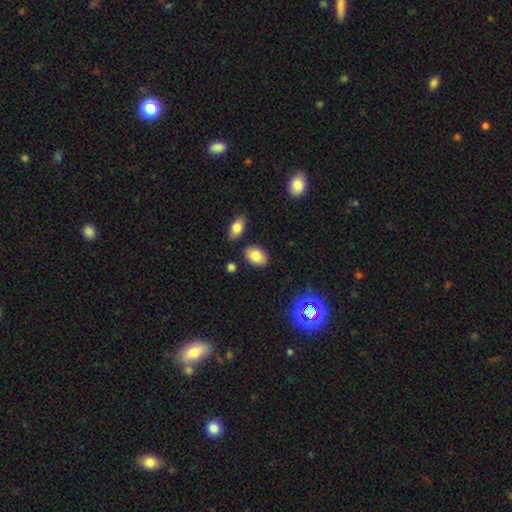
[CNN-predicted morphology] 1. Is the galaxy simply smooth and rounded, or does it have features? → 81% smooth, 10% star or artifact, 9% featured or disk.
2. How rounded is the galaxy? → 86% in between, 12% round, 1% cigar-shaped.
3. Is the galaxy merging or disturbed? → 83% none, 10% minor disturbance, 4% merger, 3% major disturbance.